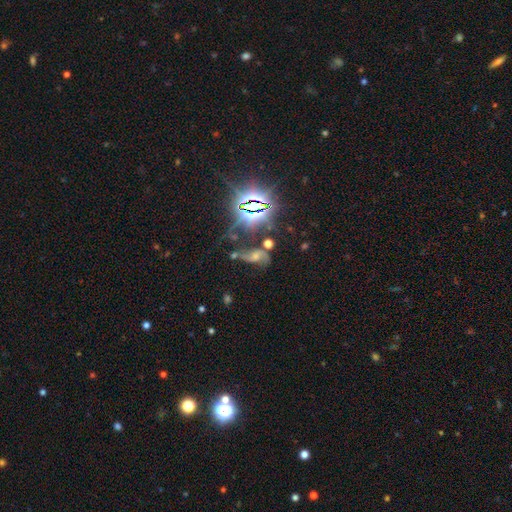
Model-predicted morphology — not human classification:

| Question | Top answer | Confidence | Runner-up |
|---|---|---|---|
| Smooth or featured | featured or disk | 53% | star or artifact (30%) |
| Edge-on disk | no | 93% | yes (7%) |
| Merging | none | 43% | major disturbance (22%) |